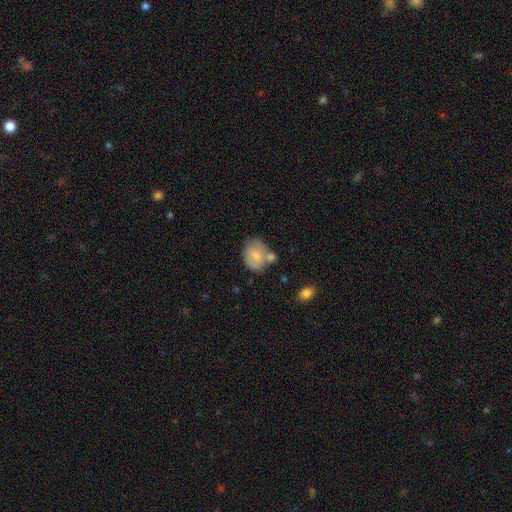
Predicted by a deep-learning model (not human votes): Morphology: type=smooth (65%); roundness=in between (53%); merging=none (47%).